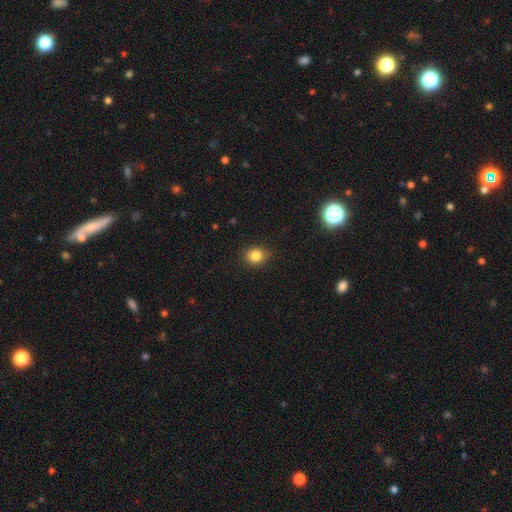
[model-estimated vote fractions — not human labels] Morphology: type=smooth (83%); roundness=round (64%); merging=none (83%).